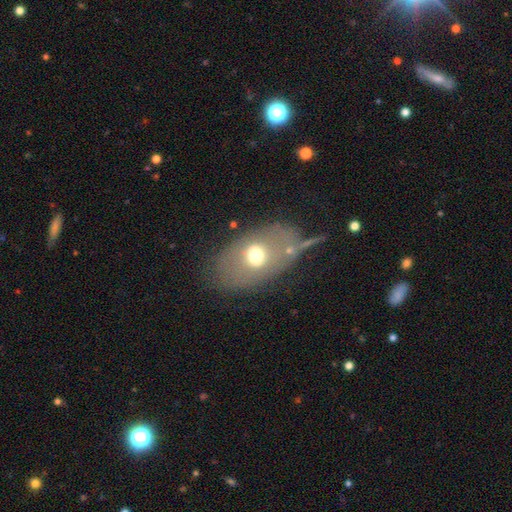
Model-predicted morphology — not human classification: Smooth or featured? Predicted: smooth (p=0.52). How rounded? Predicted: in between (p=0.83). Merging? Predicted: none (p=0.63).